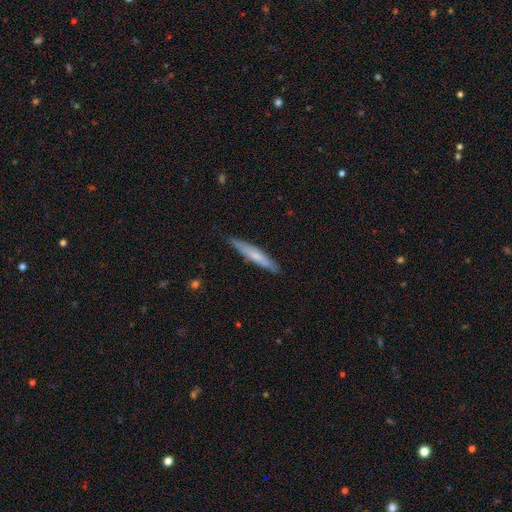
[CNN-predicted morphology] A smooth galaxy with no disk features (55%) that is cigar-shaped (93%). Merging: none (85%).